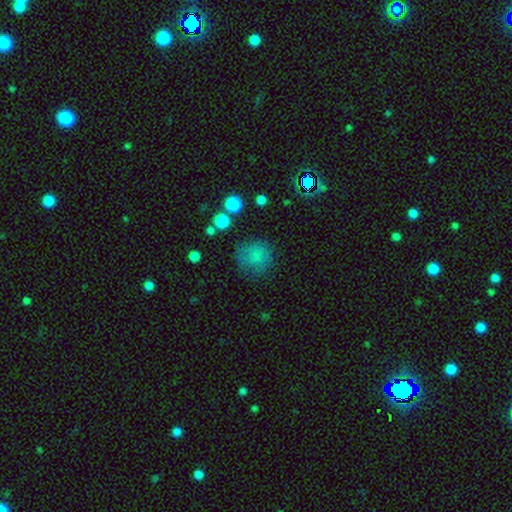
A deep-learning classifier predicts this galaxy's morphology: smooth-or-featured: smooth: 77% | star or artifact: 14% | featured or disk: 9%
  how-rounded: round: 87% | in between: 12% | cigar-shaped: 1%
  merging: none: 71% | minor disturbance: 18% | major disturbance: 8% | merger: 3%